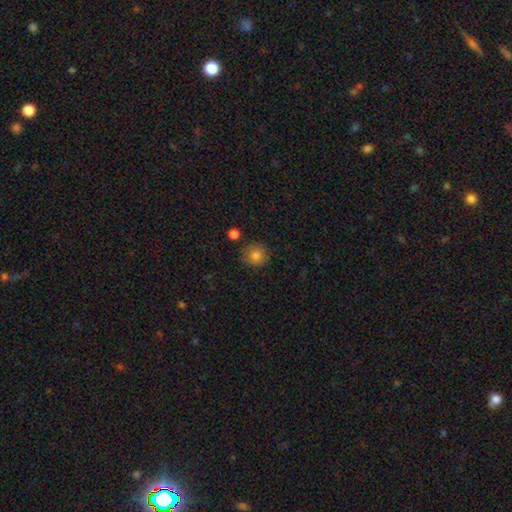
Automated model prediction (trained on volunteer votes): This is clearly a smooth galaxy (84%). How rounded: clearly round (91%). Merging: clearly none (84%).